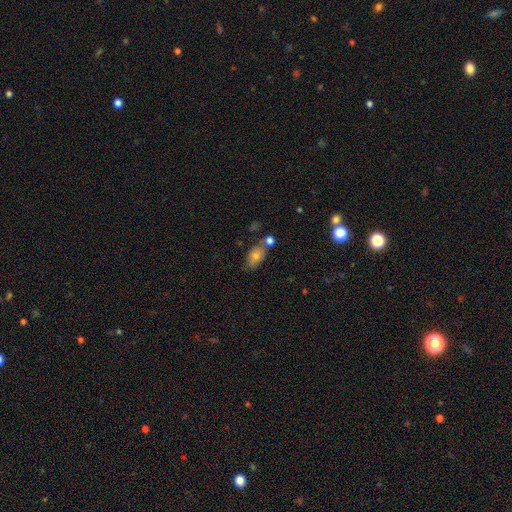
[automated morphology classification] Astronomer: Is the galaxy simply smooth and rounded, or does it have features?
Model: smooth — 71%.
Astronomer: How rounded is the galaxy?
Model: in between — 84%.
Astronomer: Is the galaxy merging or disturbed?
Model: none — 58%.